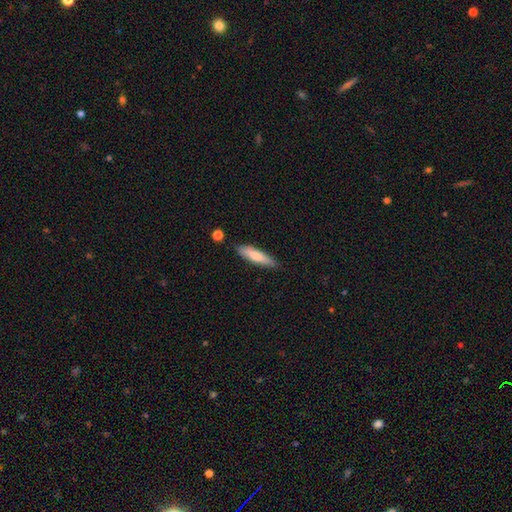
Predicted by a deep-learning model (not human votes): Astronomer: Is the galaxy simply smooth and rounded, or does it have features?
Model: smooth — 72%.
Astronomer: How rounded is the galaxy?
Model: cigar-shaped — 76%.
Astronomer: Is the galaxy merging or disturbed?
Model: none — 83%.